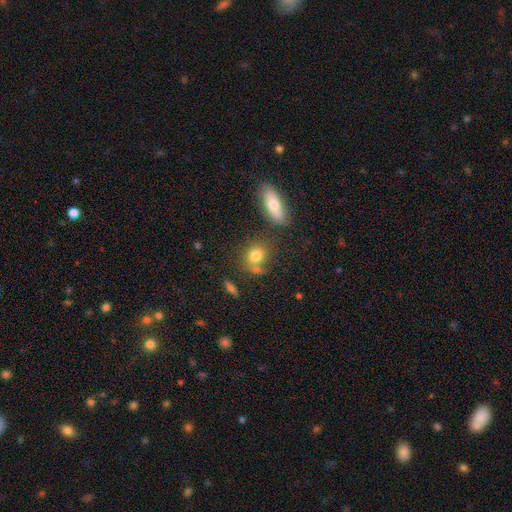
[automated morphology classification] This appears to be a smooth galaxy with no disk features (77%) that is round (55%). Merging: none (59%).